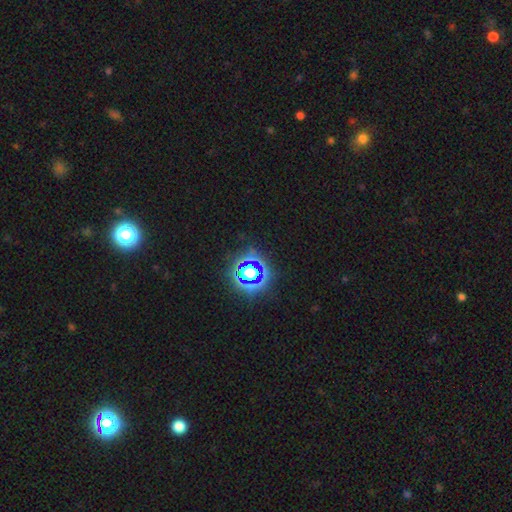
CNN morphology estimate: star or artifact 77%, smooth 16%, featured or disk 7%.